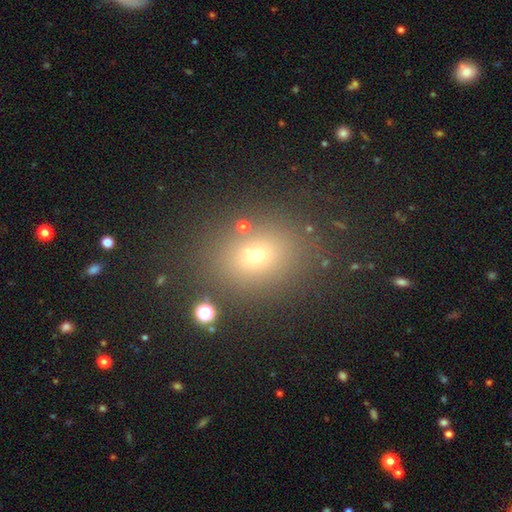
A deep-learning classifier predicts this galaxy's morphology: This appears to be a smooth galaxy with no disk features (65%) that is round (52%). Merging: none (83%).